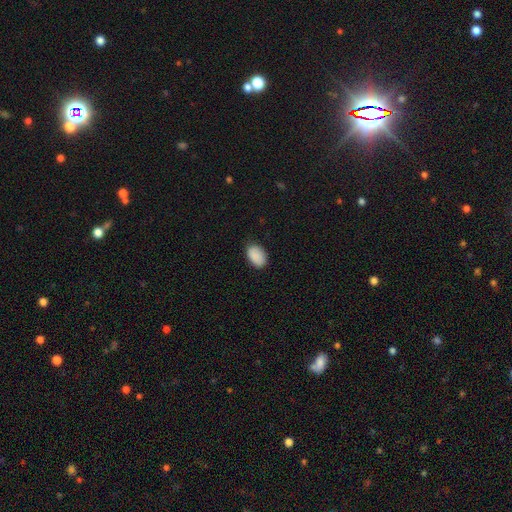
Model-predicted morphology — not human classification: This is clearly a smooth galaxy (90%). How rounded: clearly in between (89%). Merging: clearly none (82%).